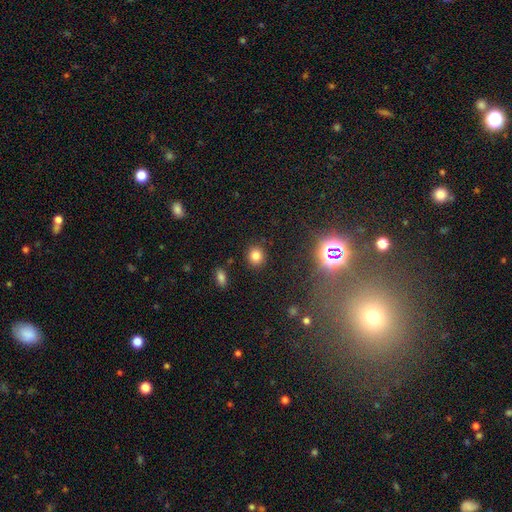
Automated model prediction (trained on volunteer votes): Smooth or featured? smooth (79%)
How rounded? round (85%)
Merging? none (88%)